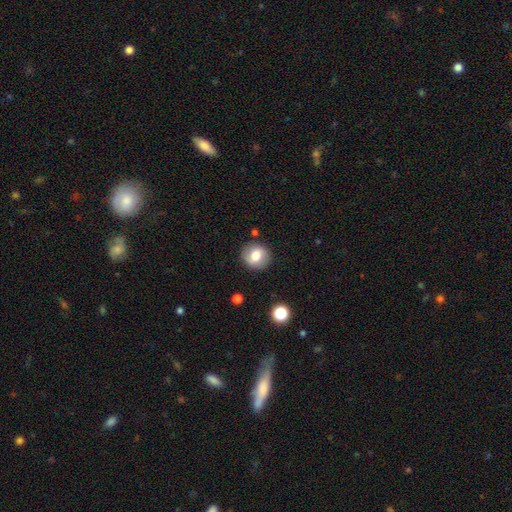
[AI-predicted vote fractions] smooth-or-featured: smooth: 71% | featured or disk: 20% | star or artifact: 9%
  how-rounded: round: 86% | in between: 13% | cigar-shaped: 1%
  merging: none: 86% | minor disturbance: 9% | major disturbance: 3% | merger: 2%